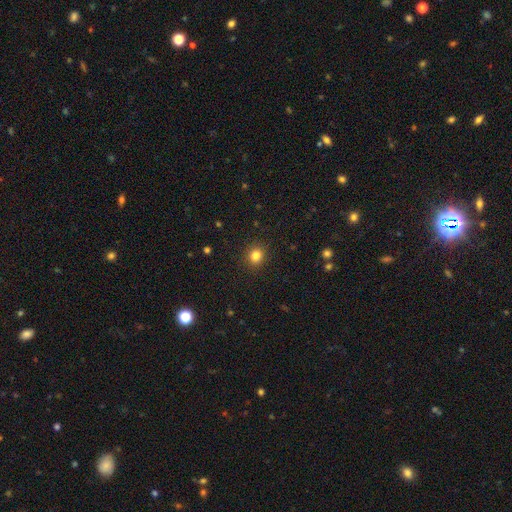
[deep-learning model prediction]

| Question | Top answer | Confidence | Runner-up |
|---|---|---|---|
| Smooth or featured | smooth | 82% | star or artifact (13%) |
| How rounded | round | 87% | in between (13%) |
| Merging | none | 91% | minor disturbance (6%) |